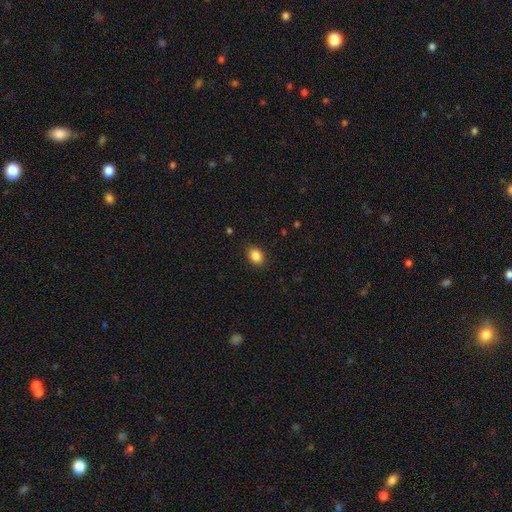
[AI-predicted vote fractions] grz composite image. It shows a smooth galaxy with no disk features (86%) that is in between round and cigar-shaped (66%). Merging: none (87%).